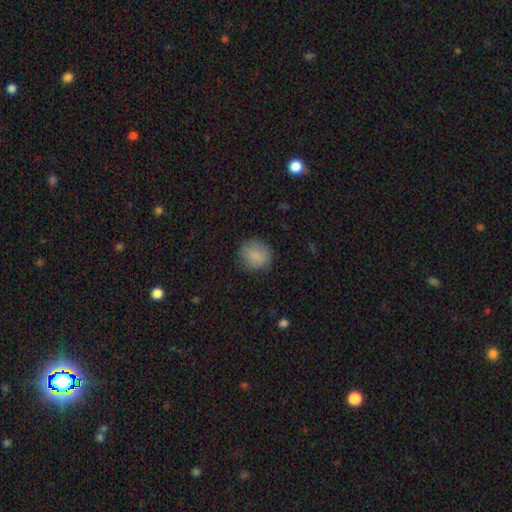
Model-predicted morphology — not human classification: type=smooth (86%); roundness=round (87%); merging=none (80%).